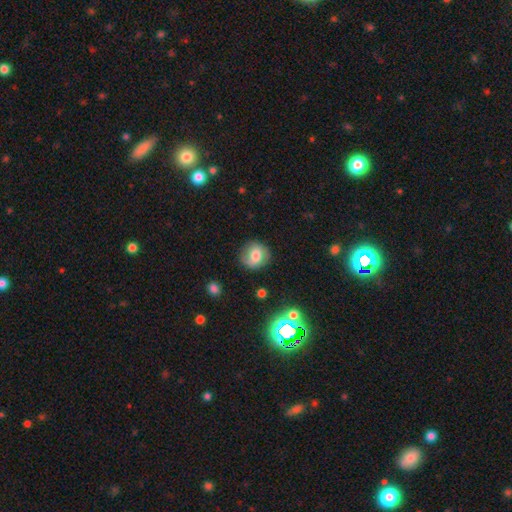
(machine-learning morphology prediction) The model was most divided on "smooth or featured": smooth: 59%, featured or disk: 30%, star or artifact: 11%. More confident: how rounded — round (85%); merging — none (80%).